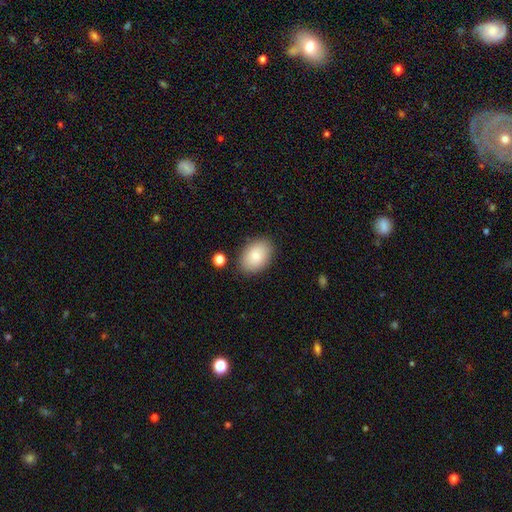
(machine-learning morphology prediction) A smooth galaxy with no disk features (84%) that is in between round and cigar-shaped (84%). Merging: none (84%).